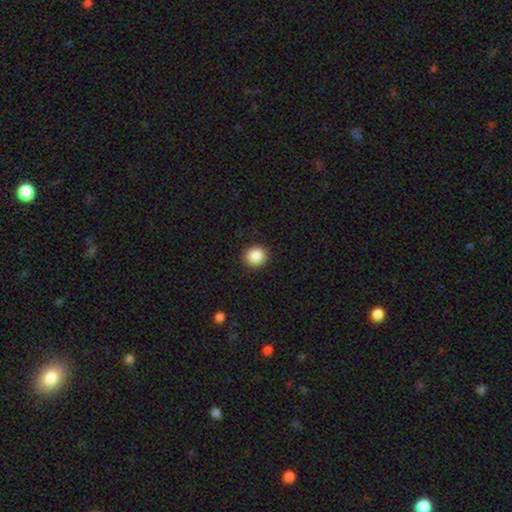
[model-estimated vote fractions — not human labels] This is clearly a smooth galaxy (88%). How rounded: clearly round (89%). Merging: clearly none (92%).